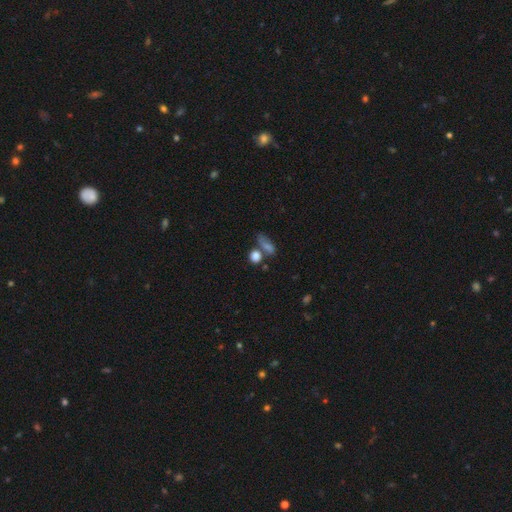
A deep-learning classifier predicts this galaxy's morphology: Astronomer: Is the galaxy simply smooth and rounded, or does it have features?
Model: smooth — 80%.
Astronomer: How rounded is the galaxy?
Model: round — 64%.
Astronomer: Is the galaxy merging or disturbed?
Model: none — 48% (runner-up: merger, 33%).